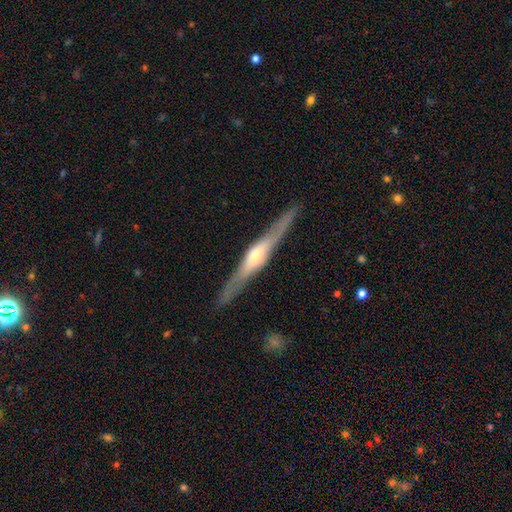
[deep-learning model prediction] Smooth or featured? featured or disk (76%)
Edge-on disk? yes (95%)
Edge-on bulge? rounded (84%)
Merging? none (88%)